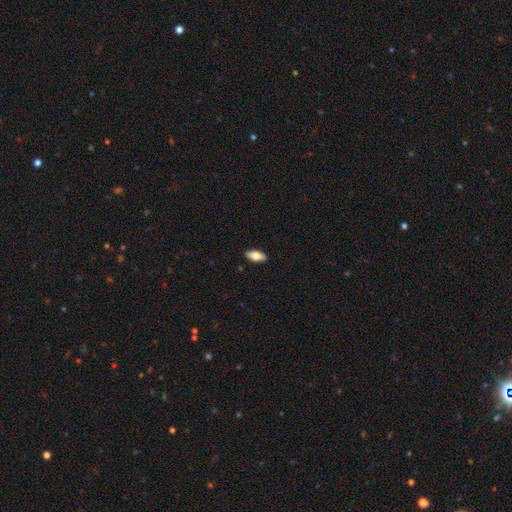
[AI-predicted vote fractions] A smooth galaxy with no disk features (77%) that is in between round and cigar-shaped (85%). Merging: none (90%).